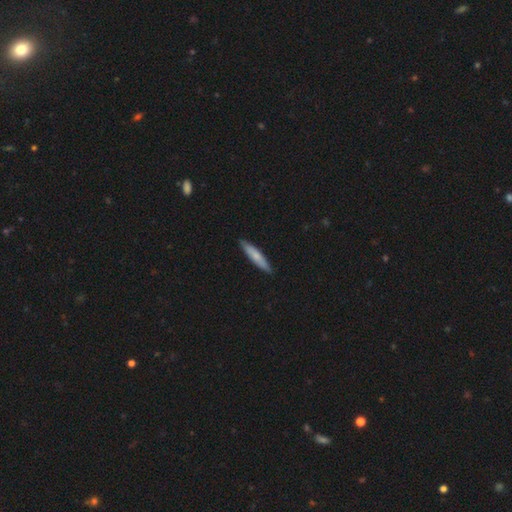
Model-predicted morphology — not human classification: smooth_or_featured: smooth (p=0.72) [alt: featured or disk p=0.23]
how_rounded: cigar-shaped (p=0.87) [alt: in between p=0.12]
merging: none (p=0.88) [alt: minor disturbance p=0.09]